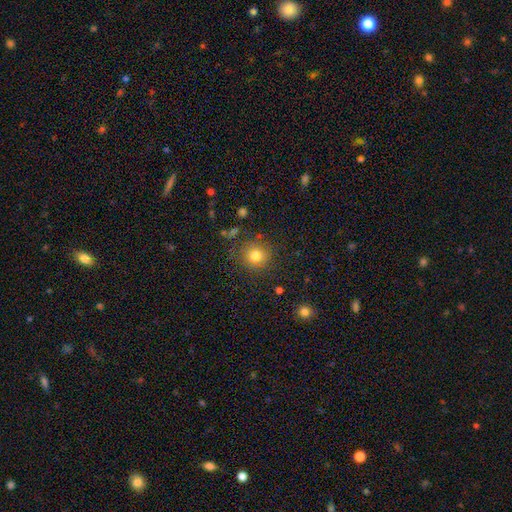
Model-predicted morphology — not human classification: smooth 79%, star or artifact 13%, featured or disk 8%. Down the decision tree: how rounded — round (89%); merging — none (83%).